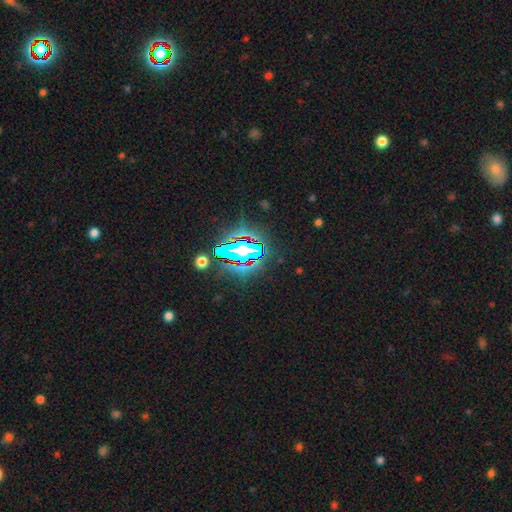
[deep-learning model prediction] smooth_or_featured: star or artifact (p=0.84) [alt: smooth p=0.09]